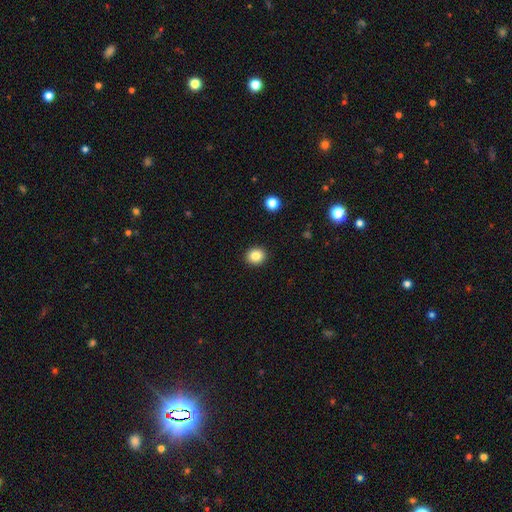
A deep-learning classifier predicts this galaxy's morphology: Smooth or featured?
  - smooth: 84% *
  - star or artifact: 10%
  - featured or disk: 6%
How rounded?
  - round: 82% *
  - in between: 17%
  - cigar-shaped: 1%
Merging?
  - none: 92% *
  - minor disturbance: 5%
  - major disturbance: 2%
  - merger: 1%